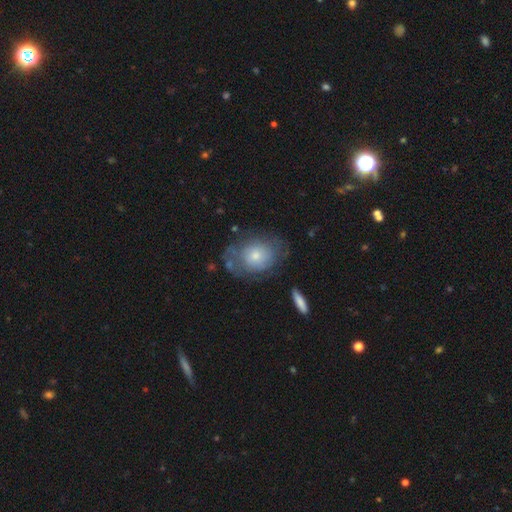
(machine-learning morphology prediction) smooth-or-featured: smooth: 61% | featured or disk: 32% | star or artifact: 8%
  how-rounded: in between: 55% | round: 44% | cigar-shaped: 1%
  merging: none: 57% | minor disturbance: 24% | major disturbance: 15% | merger: 4%